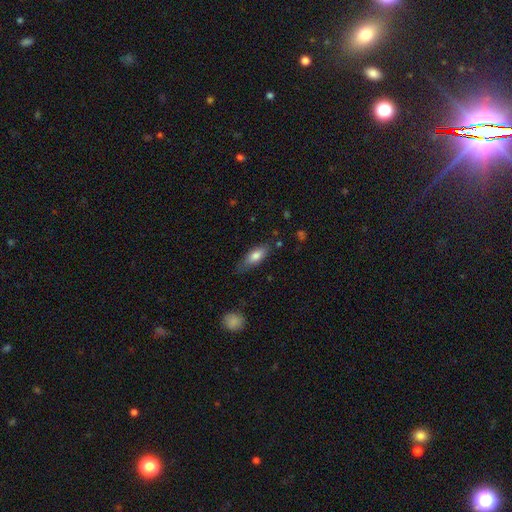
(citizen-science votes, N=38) A smooth galaxy with no disk features (84%) that is in between round and cigar-shaped (84%).

Vote fractions:
- Smooth or featured? smooth: 84% / featured or disk: 13% / star or artifact: 3%
- How rounded? in between: 84% / cigar-shaped: 16% / round: 0%
- Merging? none: 51% / minor disturbance: 49% / major disturbance: 0% / merger: 0%